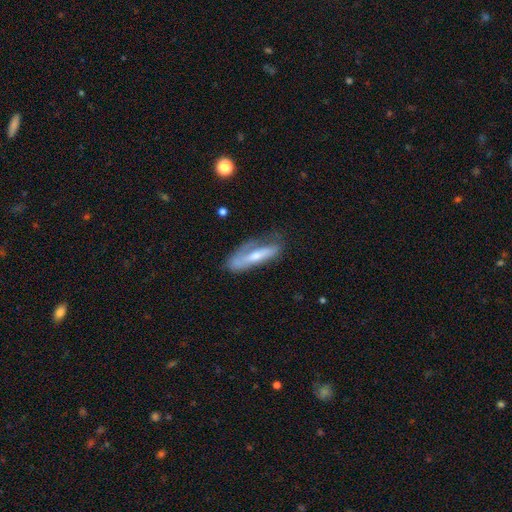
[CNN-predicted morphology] smooth_or_featured: featured or disk (p=0.49) [alt: smooth p=0.44]
merging: none (p=0.49) [alt: minor disturbance p=0.28]